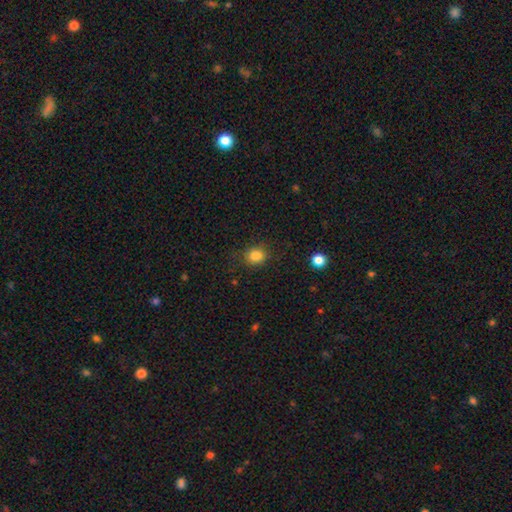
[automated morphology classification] This appears to be a smooth galaxy with no disk features (84%) that is round (68%). Merging: none (82%).